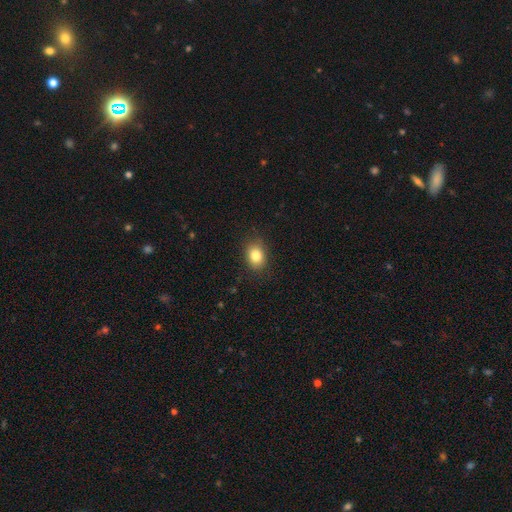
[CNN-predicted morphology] Smooth or featured: smooth — 83% (star or artifact — 10%)
How rounded: in between — 59% (round — 40%)
Merging: none — 86% (minor disturbance — 10%)